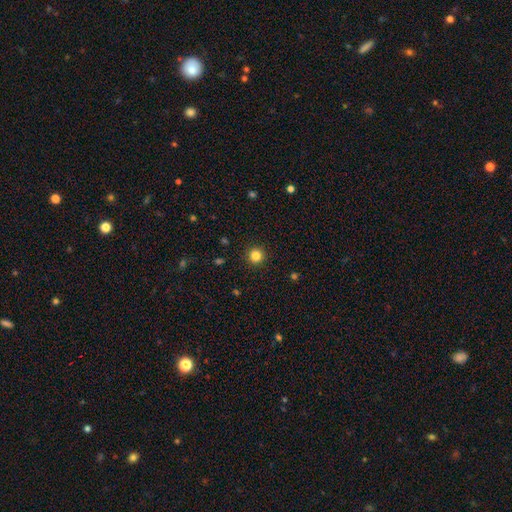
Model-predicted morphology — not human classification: A smooth galaxy with no disk features (83%) that is round (95%). Merging: none (92%).